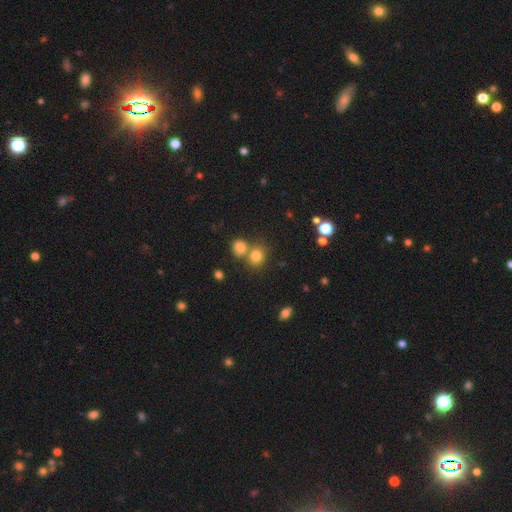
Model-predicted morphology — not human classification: smooth_or_featured: smooth (p=0.79) [alt: star or artifact p=0.14]
how_rounded: round (p=0.70) [alt: in between p=0.29]
merging: none (p=0.52) [alt: merger p=0.37]